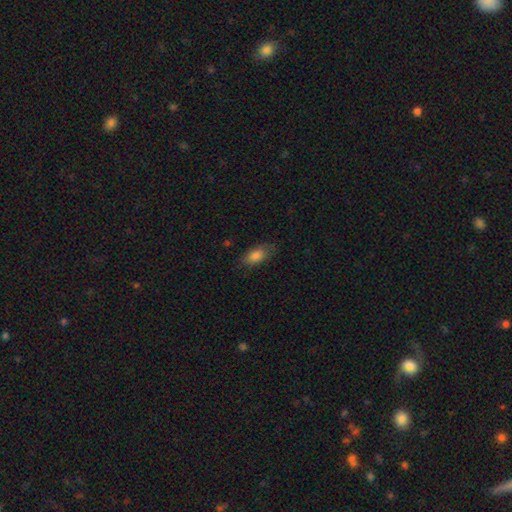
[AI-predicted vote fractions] Morphology: type=smooth (84%); roundness=in between (89%); merging=none (78%).